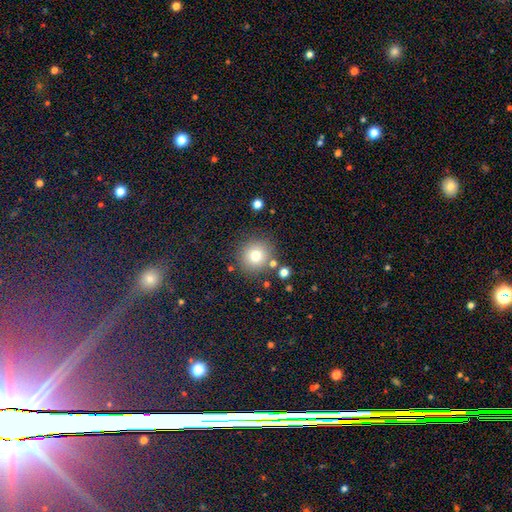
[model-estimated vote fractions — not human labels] A smooth galaxy with no disk features (76%) that is round (92%).

Vote fractions:
- Smooth or featured? smooth: 76% / star or artifact: 13% / featured or disk: 11%
- How rounded? round: 92% / in between: 7% / cigar-shaped: 1%
- Merging? none: 82% / minor disturbance: 9% / merger: 6% / major disturbance: 3%